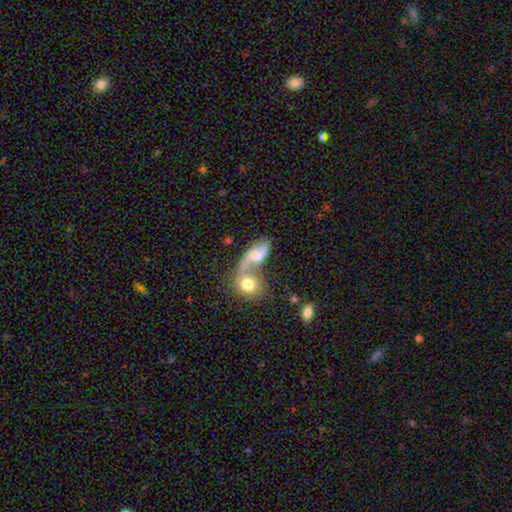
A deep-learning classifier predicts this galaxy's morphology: This is likely a featured or disk galaxy (62%). It is clearly not viewed edge-on (94%). Bar: possibly no (47%). Spiral arm pattern: clearly yes (81%). Central bulge: marginally moderate (43%). Merging: possibly merger (52%).